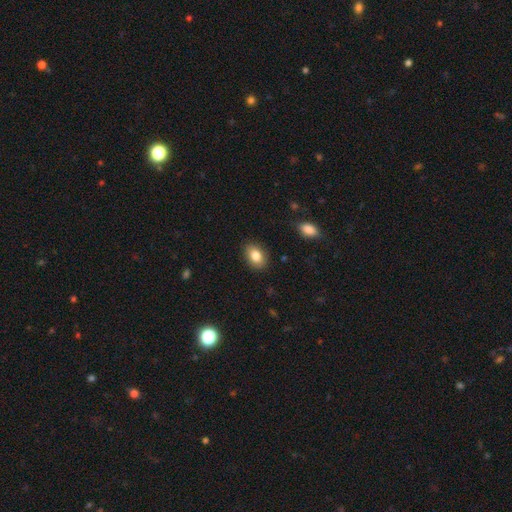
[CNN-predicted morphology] This appears to be a smooth galaxy with no disk features (83%) that is in between round and cigar-shaped (84%). Merging: none (88%).